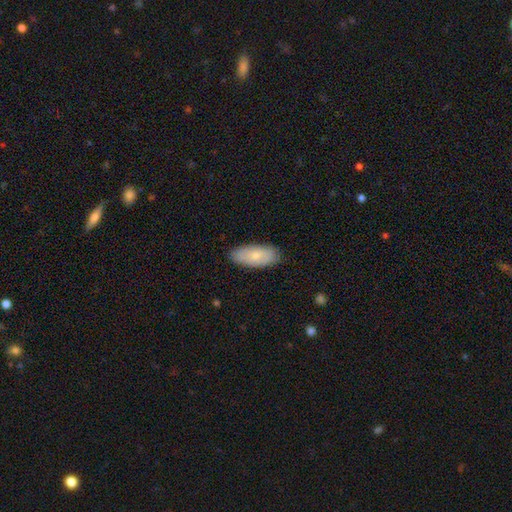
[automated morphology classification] type=smooth (74%); roundness=in between (86%); merging=none (85%).